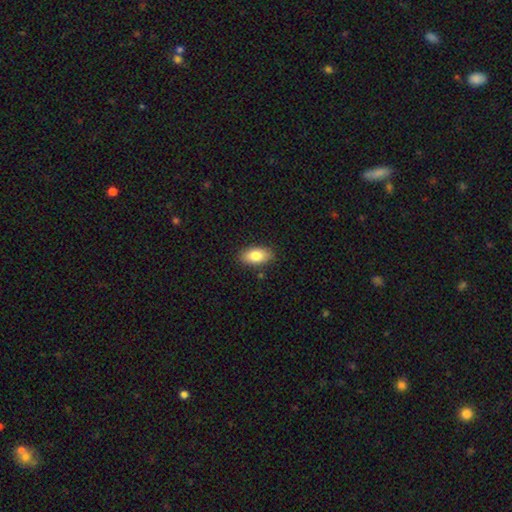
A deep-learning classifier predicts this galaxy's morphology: A smooth galaxy with no disk features (83%) that is in between round and cigar-shaped (93%).

Vote fractions:
- Smooth or featured? smooth: 83% / featured or disk: 11% / star or artifact: 7%
- How rounded? in between: 93% / round: 4% / cigar-shaped: 3%
- Merging? none: 87% / minor disturbance: 10% / major disturbance: 2% / merger: 1%